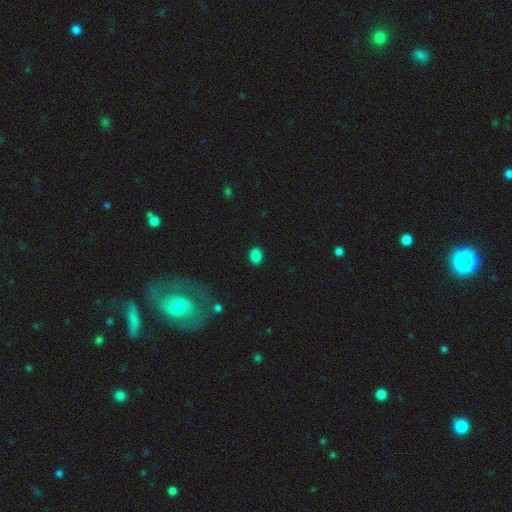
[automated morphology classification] Q: Smooth or featured?
A: smooth (87%); runner-up: star or artifact (10%)
Q: How rounded?
A: in between (55%); runner-up: round (44%)
Q: Merging?
A: none (90%); runner-up: minor disturbance (7%)